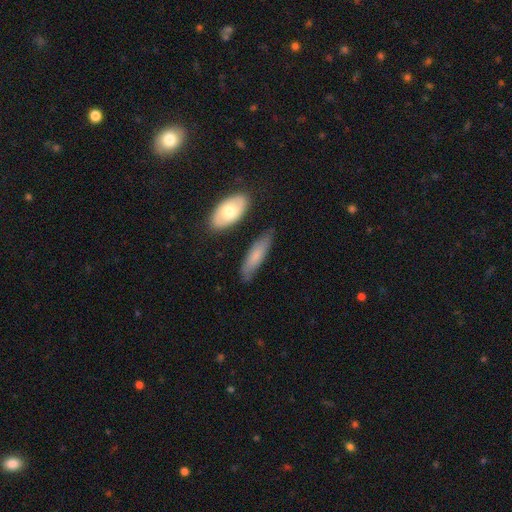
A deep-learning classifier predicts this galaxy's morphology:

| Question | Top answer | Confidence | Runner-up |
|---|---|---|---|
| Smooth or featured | smooth | 67% | featured or disk (27%) |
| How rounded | in between | 49% | tied: cigar-shaped (49%) |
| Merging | none | 73% | minor disturbance (18%) |